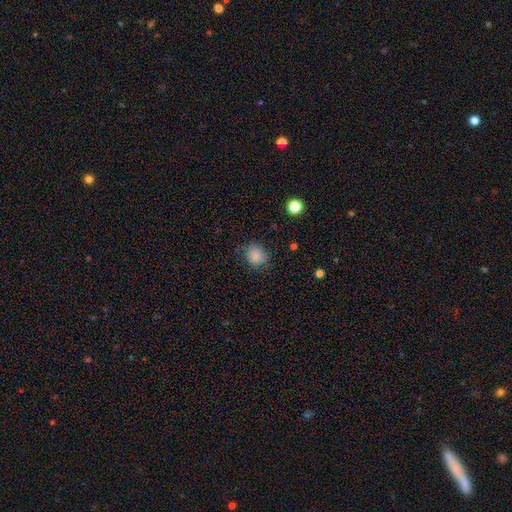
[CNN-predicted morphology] This is clearly a smooth galaxy (85%). How rounded: likely round (77%). Merging: likely none (76%).